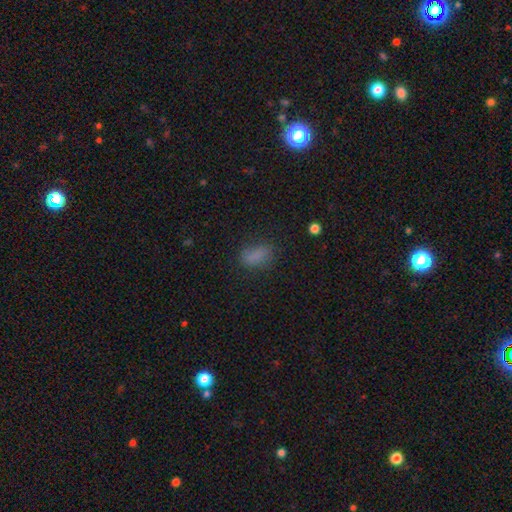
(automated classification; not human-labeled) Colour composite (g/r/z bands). It shows a smooth galaxy with no disk features (80%) that is in between round and cigar-shaped (87%). Merging: none (71%).